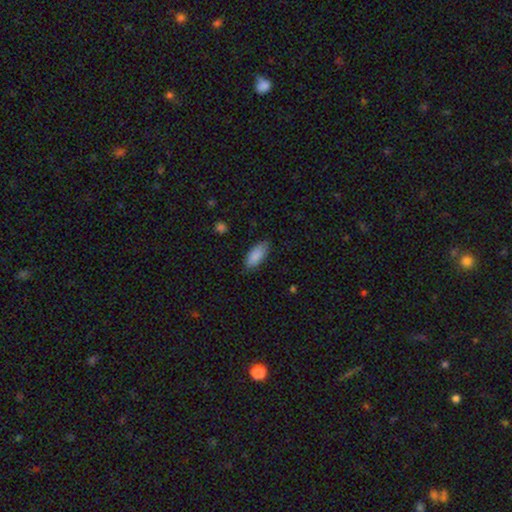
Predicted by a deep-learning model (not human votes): This is clearly a smooth galaxy (89%). How rounded: clearly in between (88%). Merging: clearly none (81%).